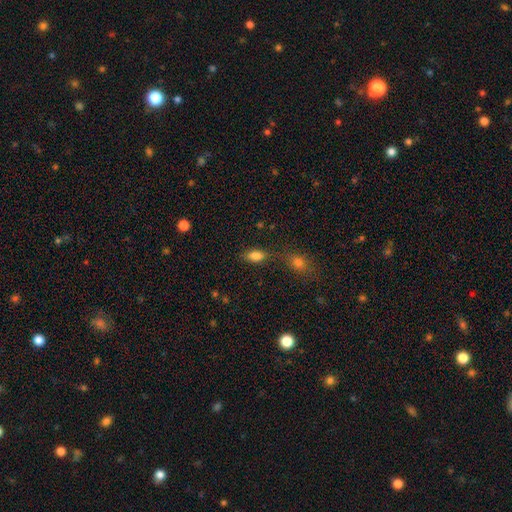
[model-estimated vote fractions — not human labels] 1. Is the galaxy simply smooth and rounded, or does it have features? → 84% smooth, 10% star or artifact, 7% featured or disk.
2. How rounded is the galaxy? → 87% in between, 7% round, 5% cigar-shaped.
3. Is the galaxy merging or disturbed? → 70% none, 13% minor disturbance, 13% merger, 4% major disturbance.